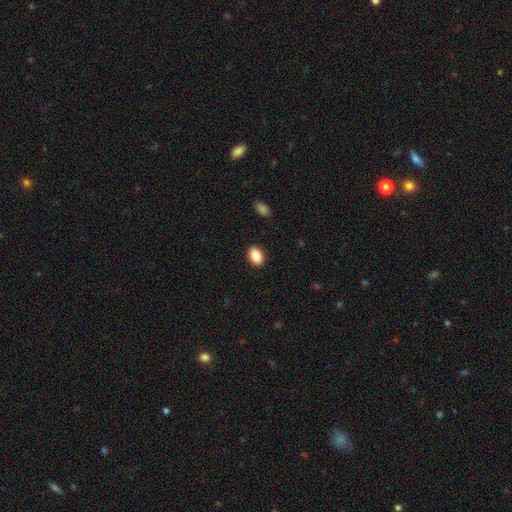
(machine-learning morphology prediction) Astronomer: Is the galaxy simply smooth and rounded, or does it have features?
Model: smooth — 88%.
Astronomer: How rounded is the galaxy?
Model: in between — 86%.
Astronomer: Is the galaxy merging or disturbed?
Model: none — 90%.